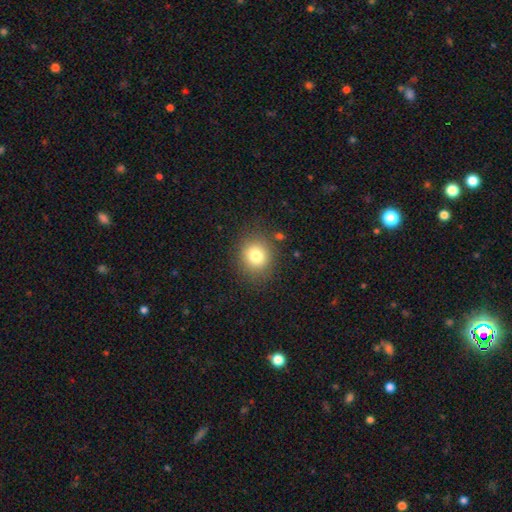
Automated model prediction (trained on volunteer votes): A smooth galaxy with no disk features (78%) that is round (78%). Merging: none (85%).